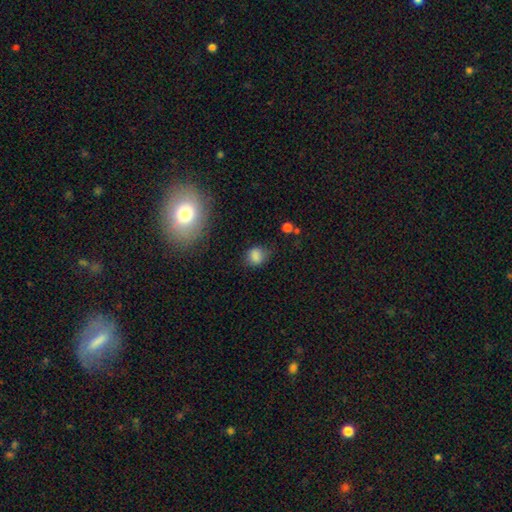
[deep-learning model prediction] Smooth or featured?
  - smooth: 81% *
  - star or artifact: 12%
  - featured or disk: 6%
How rounded?
  - round: 62% *
  - in between: 36%
  - cigar-shaped: 1%
Merging?
  - none: 69% *
  - minor disturbance: 21%
  - major disturbance: 7%
  - merger: 3%